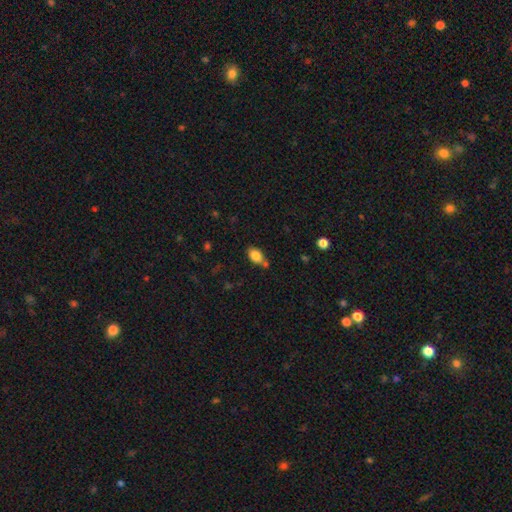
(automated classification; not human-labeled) Q: Smooth or featured?
A: smooth (82%); runner-up: featured or disk (9%)
Q: How rounded?
A: in between (83%); runner-up: round (14%)
Q: Merging?
A: none (57%); runner-up: minor disturbance (21%)